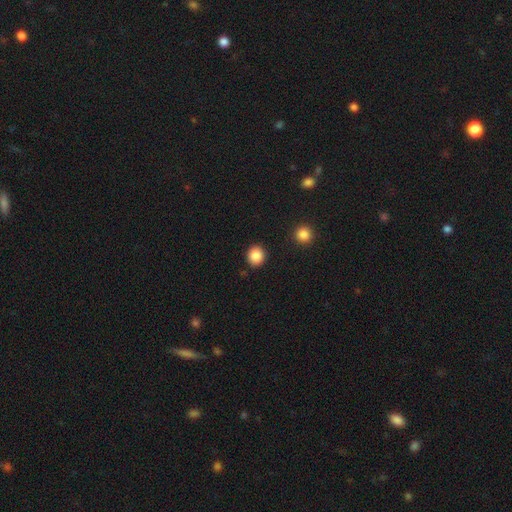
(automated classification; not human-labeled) Smooth or featured: smooth — 87% (star or artifact — 9%)
How rounded: round — 86% (in between — 13%)
Merging: none — 90% (minor disturbance — 6%)